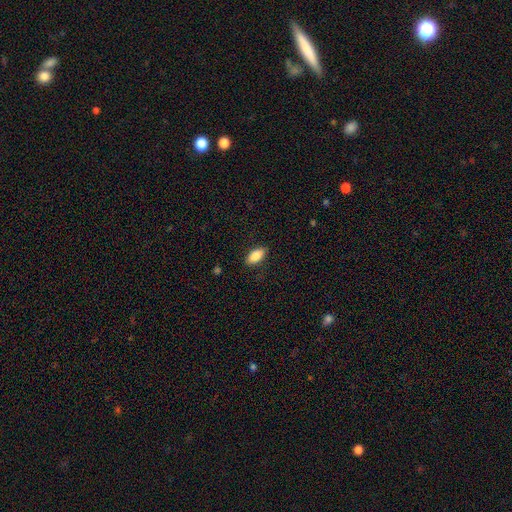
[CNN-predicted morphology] This is clearly a smooth galaxy (84%). How rounded: clearly in between (88%). Merging: clearly none (87%).